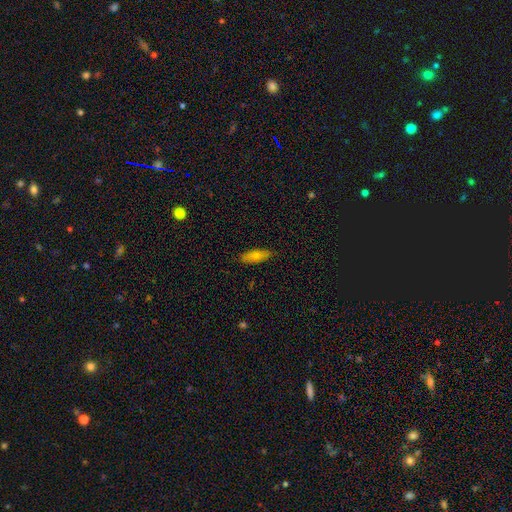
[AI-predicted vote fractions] Smooth or featured? Predicted: smooth (p=0.71). How rounded? Predicted: in between (p=0.63). Merging? Predicted: none (p=0.86).